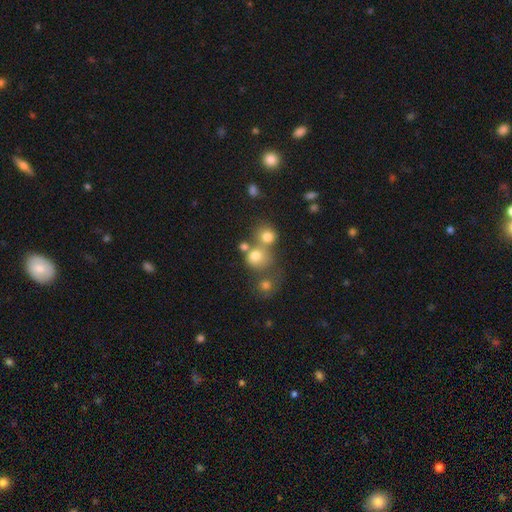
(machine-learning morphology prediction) smooth-or-featured: smooth: 73% | star or artifact: 16% | featured or disk: 11%
  how-rounded: round: 81% | in between: 18% | cigar-shaped: 1%
  merging: none: 46% | merger: 39% | minor disturbance: 9% | major disturbance: 5%